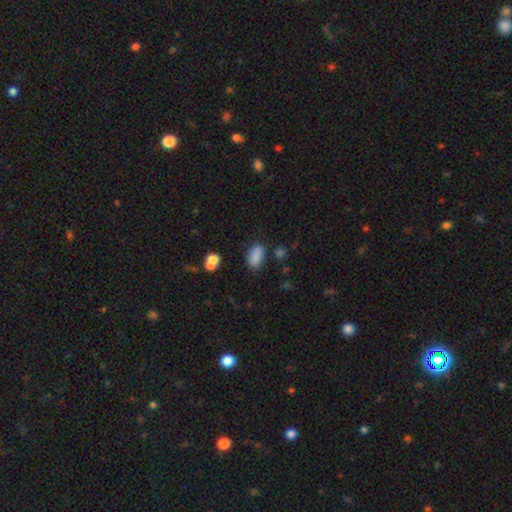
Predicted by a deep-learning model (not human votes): Smooth or featured? smooth (85%)
How rounded? in between (92%)
Merging? none (72%)